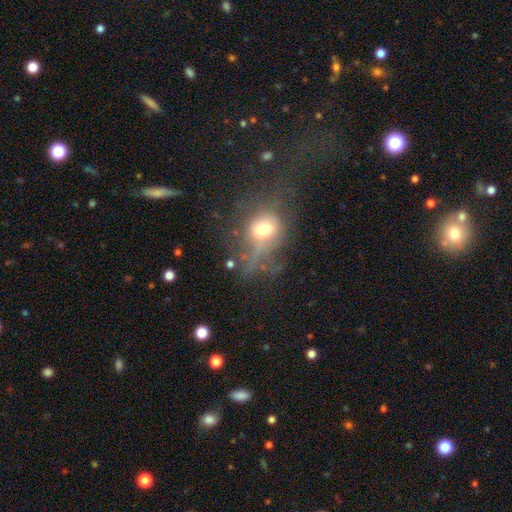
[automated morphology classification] Q: Smooth or featured?
A: smooth (51%); runner-up: featured or disk (26%)
Q: How rounded?
A: round (52%); runner-up: in between (44%)
Q: Merging?
A: major disturbance (44%); runner-up: none (30%)